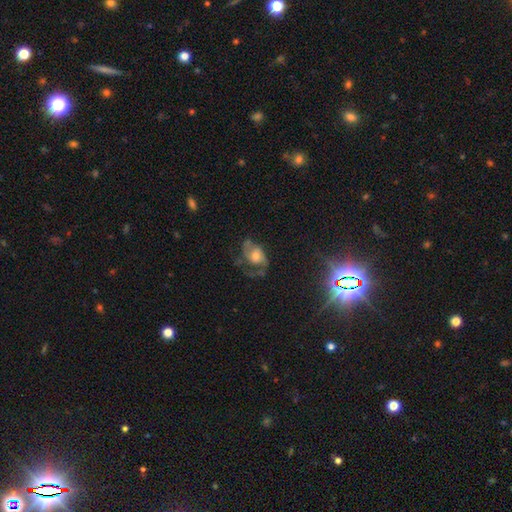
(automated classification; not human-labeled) A featured or disk galaxy (62%) with no bar (72%), spiral arms (78%) and a moderate central bulge (54%).

Vote fractions:
- Smooth or featured? featured or disk: 62% / smooth: 28% / star or artifact: 10%
- Edge-on disk? no: 96% / yes: 4%
- Bar? no: 72% / weak: 23% / strong: 5%
- Spiral arms? yes: 78% / no: 22%
- Bulge size? moderate: 54% / small: 20% / large: 20% / none: 4% / dominant: 2%
- Merging? none: 39% / major disturbance: 36% / minor disturbance: 22% / merger: 3%